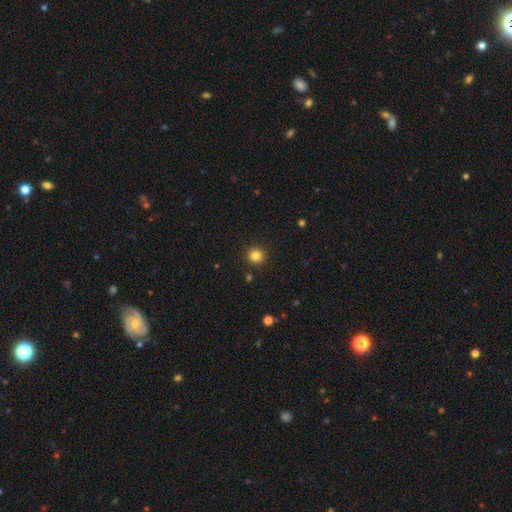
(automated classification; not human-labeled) smooth 83%, star or artifact 12%, featured or disk 5%. Down the decision tree: how rounded — round (94%); merging — none (92%).